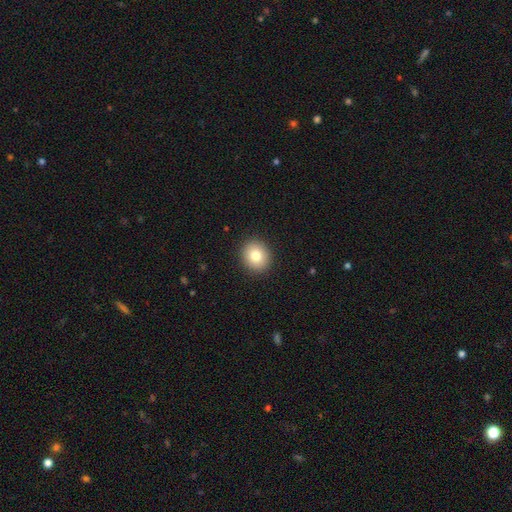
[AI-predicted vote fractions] smooth_or_featured: smooth (p=0.81) [alt: featured or disk p=0.10]
how_rounded: round (p=0.79) [alt: in between p=0.20]
merging: none (p=0.92) [alt: minor disturbance p=0.06]